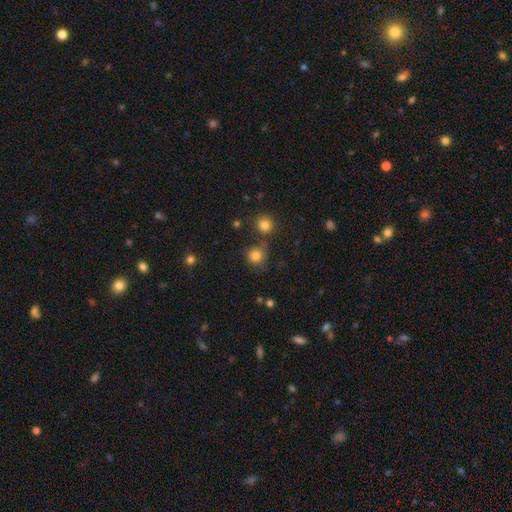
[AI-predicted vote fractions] Smooth or featured?
  - smooth: 81% *
  - star or artifact: 13%
  - featured or disk: 6%
How rounded?
  - round: 91% *
  - in between: 8%
  - cigar-shaped: 1%
Merging?
  - none: 74% *
  - minor disturbance: 12%
  - merger: 10%
  - major disturbance: 4%